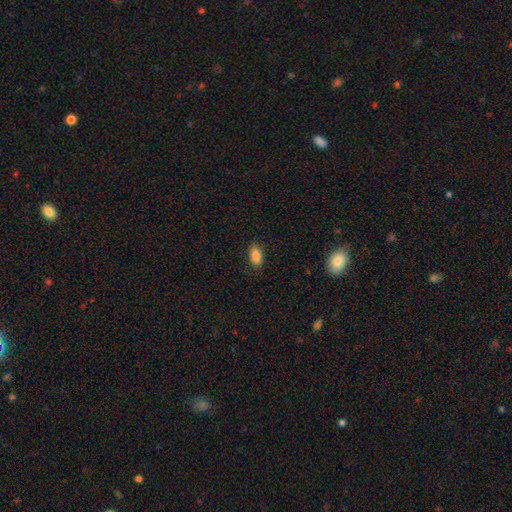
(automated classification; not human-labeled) Morphology: type=smooth (87%); roundness=in between (90%); merging=none (86%).